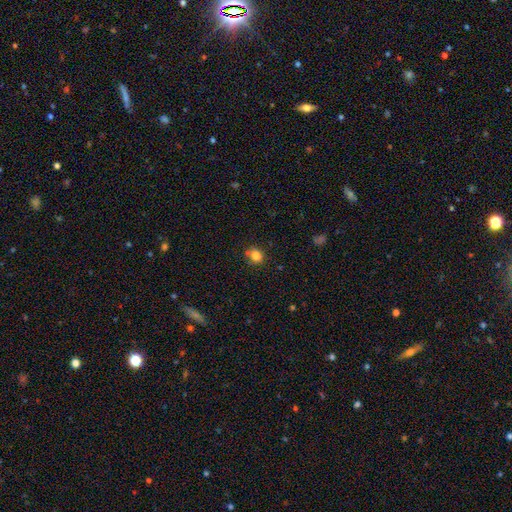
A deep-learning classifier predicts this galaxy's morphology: A smooth galaxy with no disk features (82%) that is round (80%). Merging: none (73%).